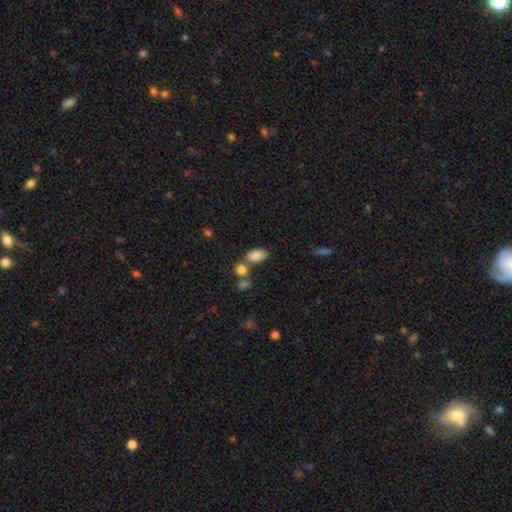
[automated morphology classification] Overall: smooth (86%). How rounded: in between (92%). Merging: none (58%; merger 24%).